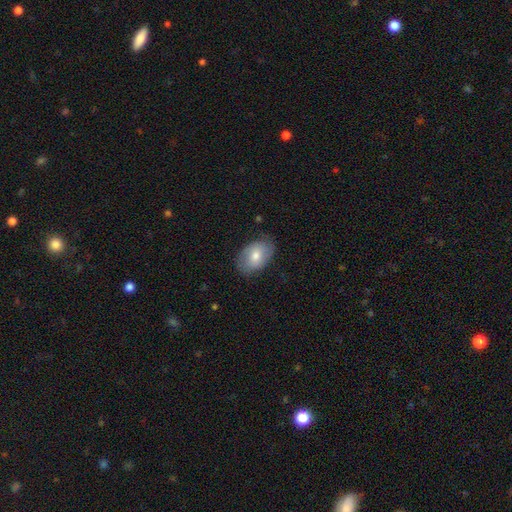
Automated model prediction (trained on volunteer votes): Smooth or featured?
  - smooth: 70% *
  - featured or disk: 24%
  - star or artifact: 6%
How rounded?
  - in between: 87% *
  - round: 12%
  - cigar-shaped: 1%
Merging?
  - none: 78% *
  - minor disturbance: 17%
  - major disturbance: 4%
  - merger: 1%